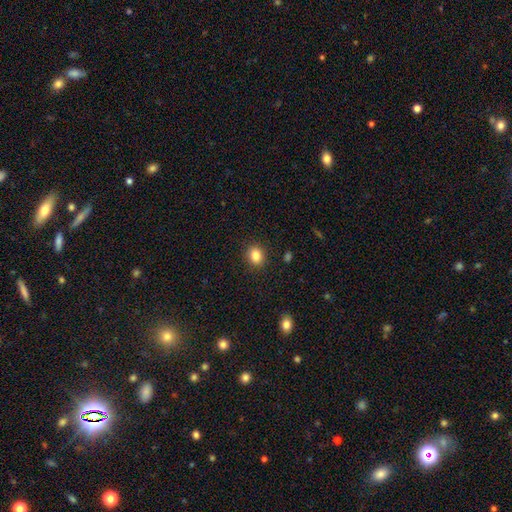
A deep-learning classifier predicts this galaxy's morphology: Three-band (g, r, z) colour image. It shows a smooth galaxy with no disk features (84%) that is round (63%). Merging: none (90%).